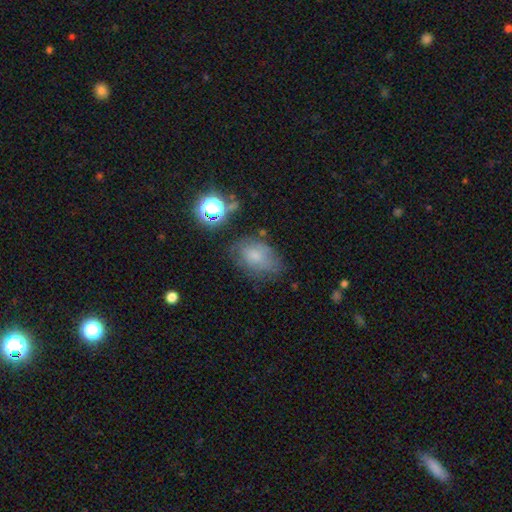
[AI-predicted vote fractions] Overall: smooth (64%). How rounded: in between (79%). Merging: none (57%; minor disturbance 27%).